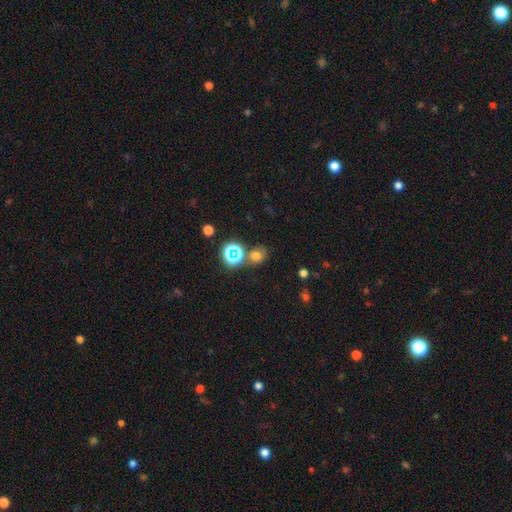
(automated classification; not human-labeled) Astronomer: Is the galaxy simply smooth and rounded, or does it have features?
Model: smooth — 62%.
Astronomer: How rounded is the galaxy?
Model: round — 61% (runner-up: in between, 38%).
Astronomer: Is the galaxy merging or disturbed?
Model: none — 63%.